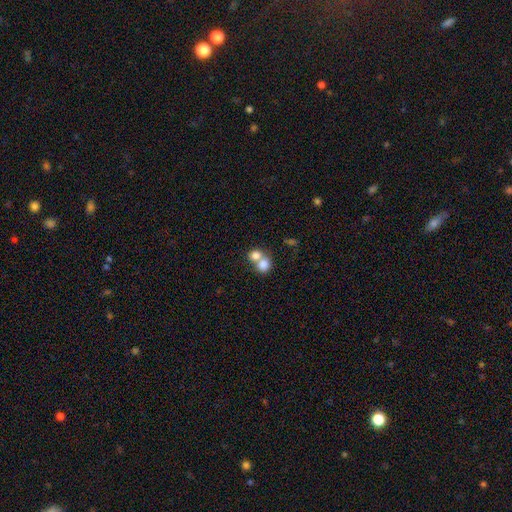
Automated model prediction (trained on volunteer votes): The model was most divided on "merging": merger: 64%, none: 28%, minor disturbance: 5%, major disturbance: 3%. More confident: smooth or featured — smooth (79%); how rounded — round (69%).